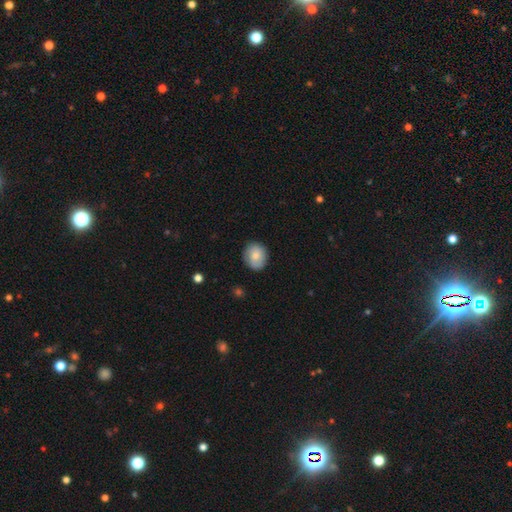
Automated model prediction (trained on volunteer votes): Overall: smooth (79%). How rounded: round (67%; in between 32%). Merging: none (83%).